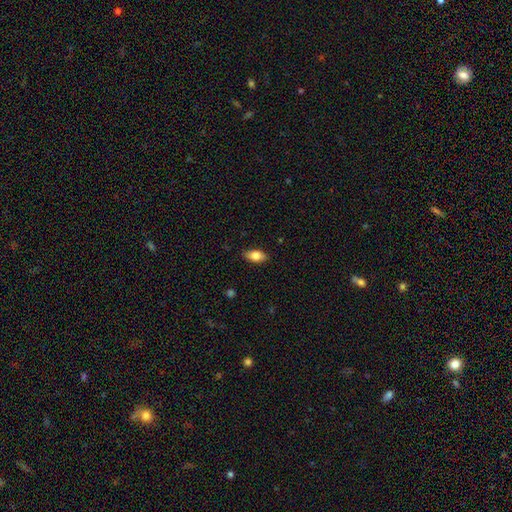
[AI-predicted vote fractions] Morphology: type=smooth (80%); roundness=in between (90%); merging=none (86%).